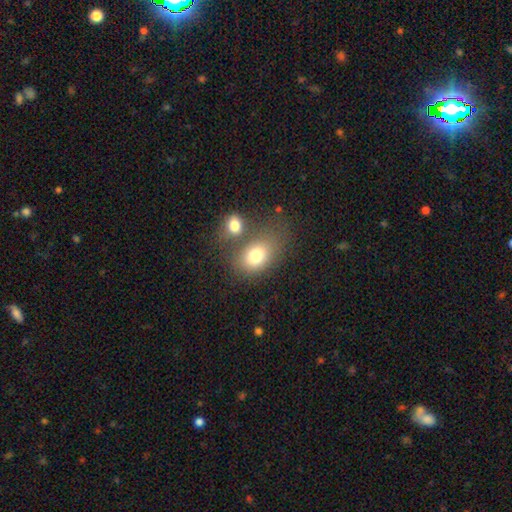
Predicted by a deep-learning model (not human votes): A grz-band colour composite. It shows a smooth galaxy with no disk features (76%) that is in between round and cigar-shaped (71%). Merging: none (46%).